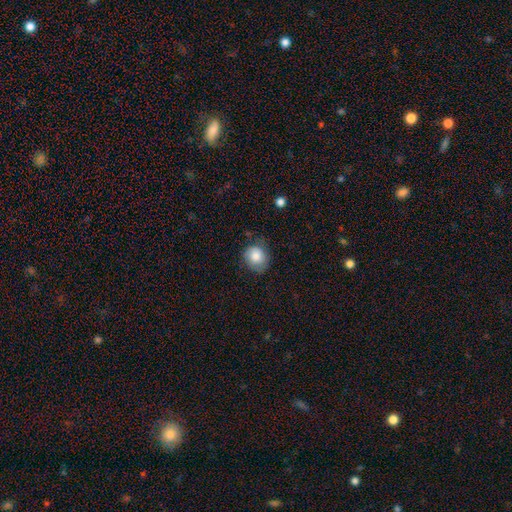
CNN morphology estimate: smooth_or_featured: smooth (p=0.79) [alt: featured or disk p=0.14]
how_rounded: round (p=0.73) [alt: in between p=0.26]
merging: none (p=0.65) [alt: minor disturbance p=0.26]